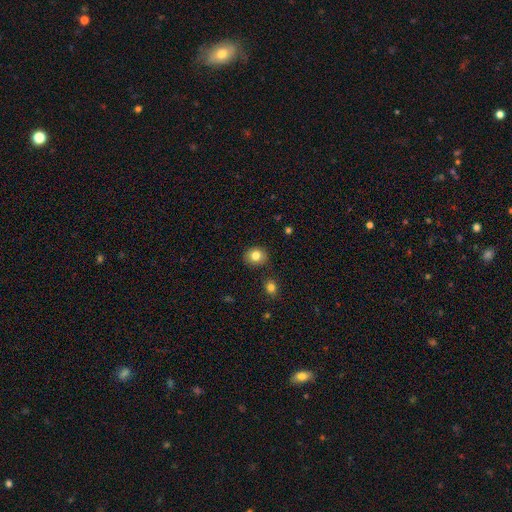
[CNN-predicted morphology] This is clearly a smooth galaxy (82%). How rounded: likely round (75%). Merging: clearly none (87%).